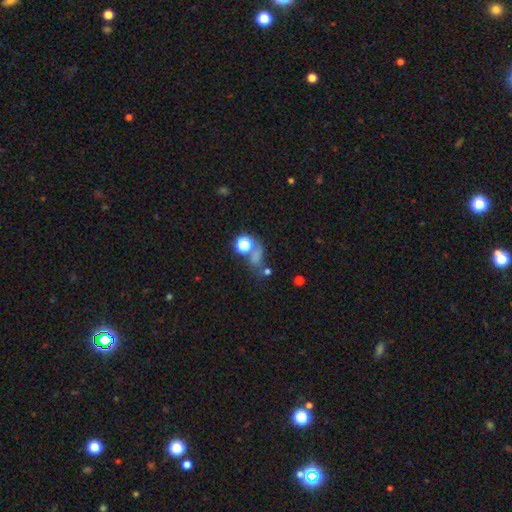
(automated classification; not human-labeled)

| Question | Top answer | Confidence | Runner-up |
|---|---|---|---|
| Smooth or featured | smooth | 54% | star or artifact (35%) |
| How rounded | round | 63% | in between (33%) |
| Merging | none | 48% | merger (22%) |